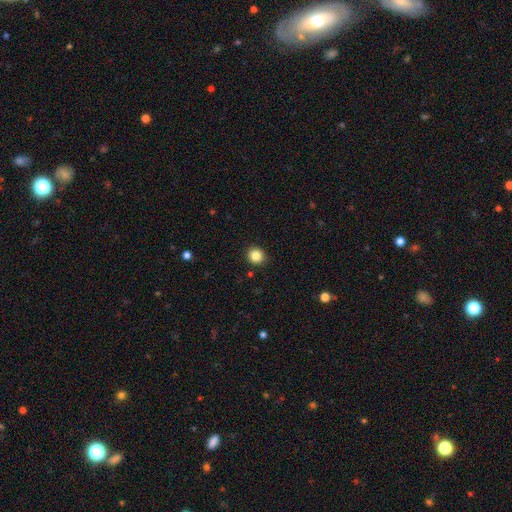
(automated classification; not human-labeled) Overall: smooth (85%). How rounded: round (89%). Merging: none (91%).